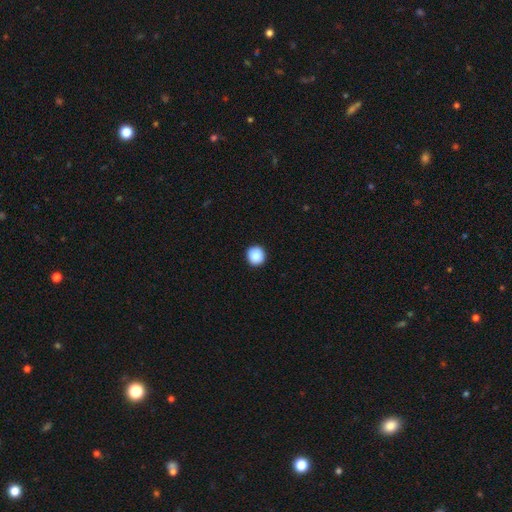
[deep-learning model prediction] Morphology: type=smooth (89%); roundness=round (94%); merging=none (91%).